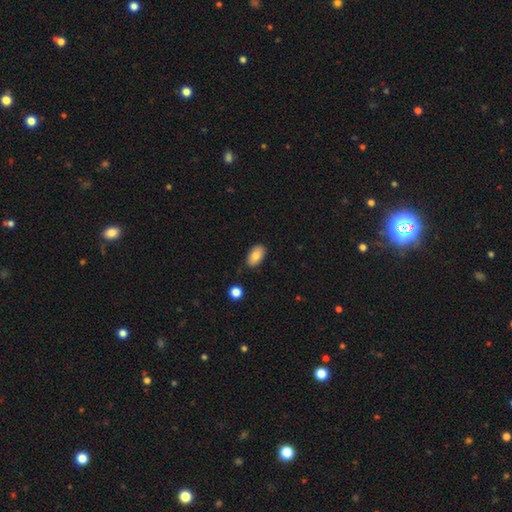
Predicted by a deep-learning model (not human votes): Q: Smooth or featured?
A: smooth (84%); runner-up: featured or disk (9%)
Q: How rounded?
A: in between (94%); runner-up: round (4%)
Q: Merging?
A: none (85%); runner-up: minor disturbance (11%)